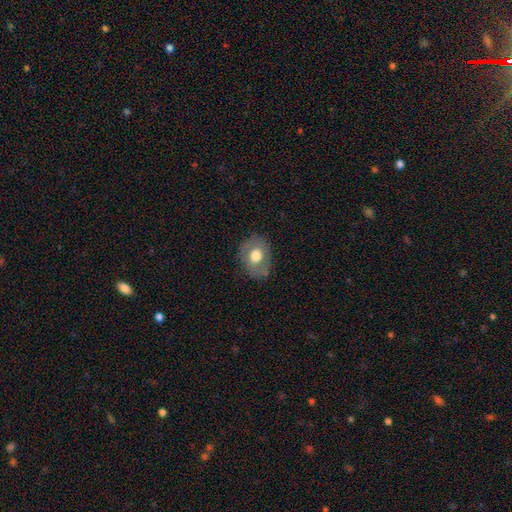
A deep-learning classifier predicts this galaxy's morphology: smooth-or-featured: smooth: 61% | featured or disk: 32% | star or artifact: 8%
  how-rounded: in between: 59% | round: 40% | cigar-shaped: 1%
  merging: none: 76% | minor disturbance: 17% | major disturbance: 6% | merger: 1%